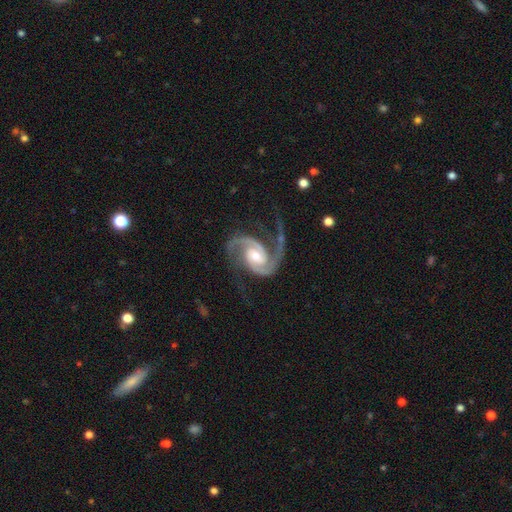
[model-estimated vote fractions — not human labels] This is clearly a featured or disk galaxy (94%). It is clearly not viewed edge-on (98%). Bar: marginally no (45%). Spiral arm pattern: clearly yes (99%). Spiral arm count: clearly 2 (91%). Spiral winding: possibly medium (57%). Central bulge: likely moderate (60%). Merging: likely none (65%).